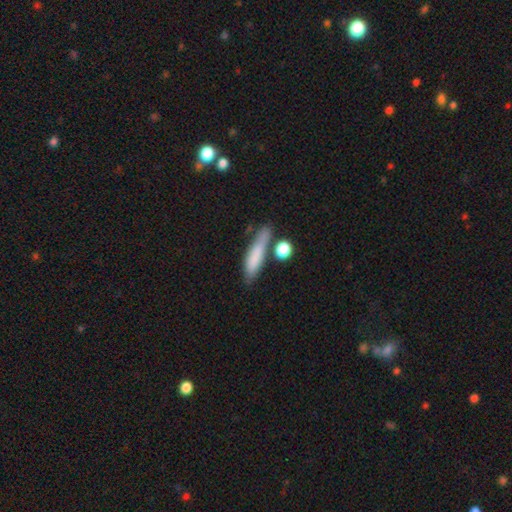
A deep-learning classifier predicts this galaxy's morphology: Smooth or featured? smooth (76%)
How rounded? cigar-shaped (75%)
Merging? none (63%)